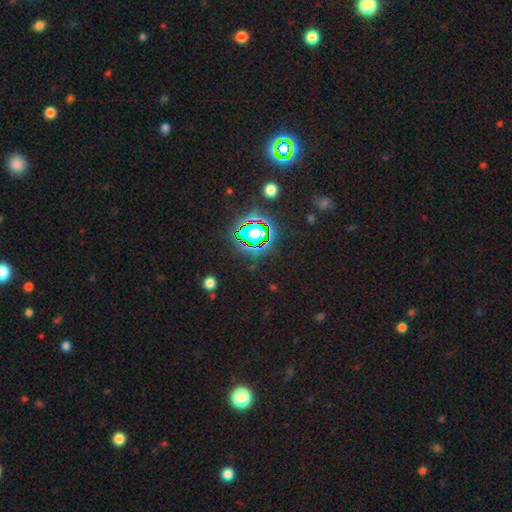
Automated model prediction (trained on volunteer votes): A star or artifact, not a galaxy (79%).